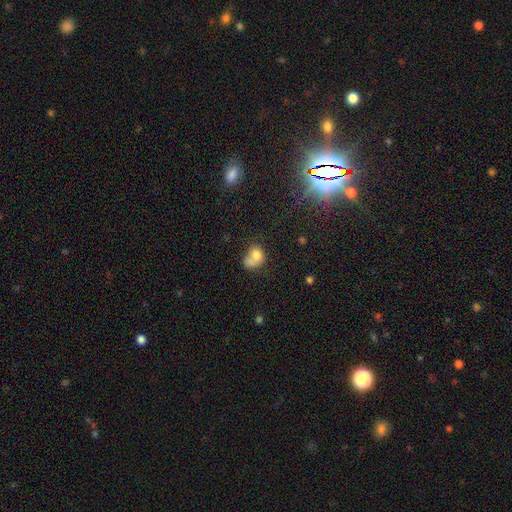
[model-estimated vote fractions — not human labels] Morphology: type=smooth (72%); roundness=in between (54%); merging=merger (45%).